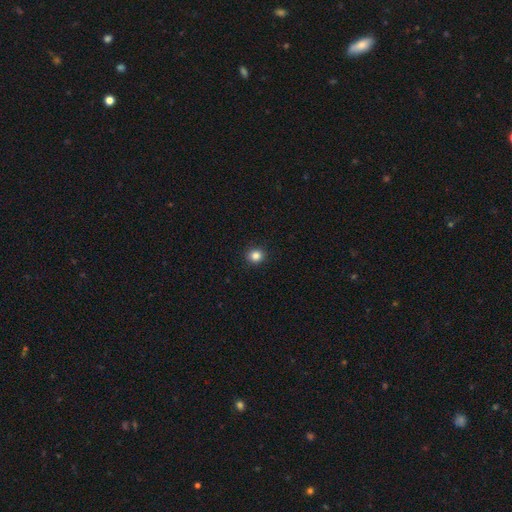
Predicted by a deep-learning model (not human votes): The model was most divided on "smooth or featured": smooth: 84%, star or artifact: 12%, featured or disk: 4%. More confident: merging — none (93%); how rounded — round (90%).